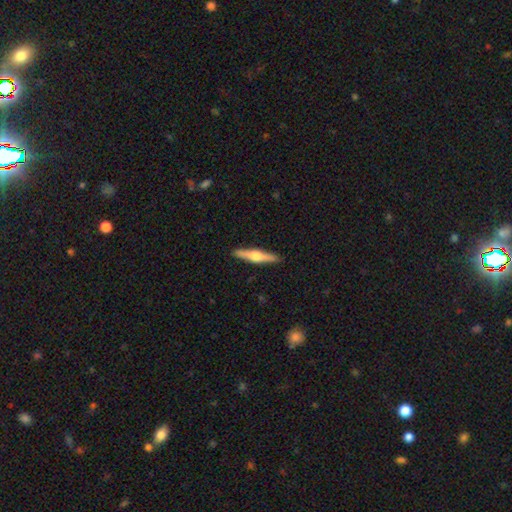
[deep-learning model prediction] Smooth or featured?
  - featured or disk: 65% *
  - smooth: 30%
  - star or artifact: 5%
Edge-on disk?
  - yes: 97% *
  - no: 3%
Edge-on bulge?
  - rounded: 93% *
  - boxy: 4%
  - none: 3%
Merging?
  - none: 91% *
  - minor disturbance: 6%
  - major disturbance: 1%
  - merger: 1%